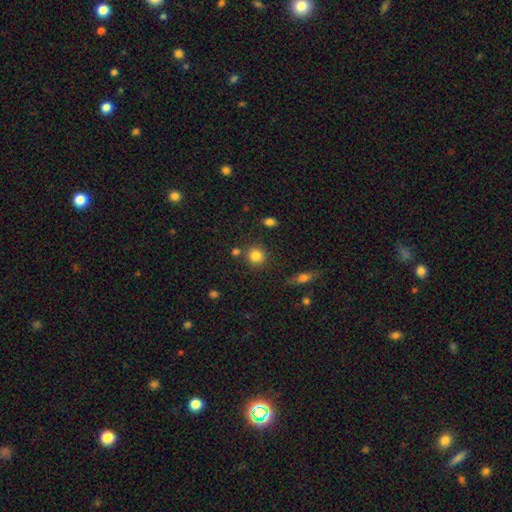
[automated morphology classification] The model was most divided on "merging": none: 80%, minor disturbance: 9%, merger: 8%, major disturbance: 3%. More confident: how rounded — round (89%); smooth or featured — smooth (83%).